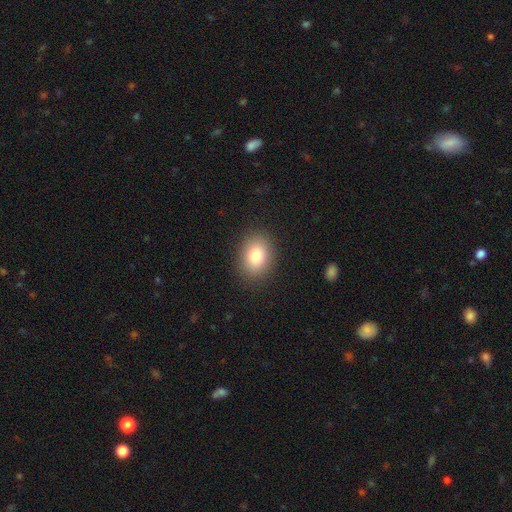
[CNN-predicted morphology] Q: Smooth or featured?
A: smooth (81%); runner-up: star or artifact (10%)
Q: How rounded?
A: in between (65%); runner-up: round (34%)
Q: Merging?
A: none (88%); runner-up: minor disturbance (8%)